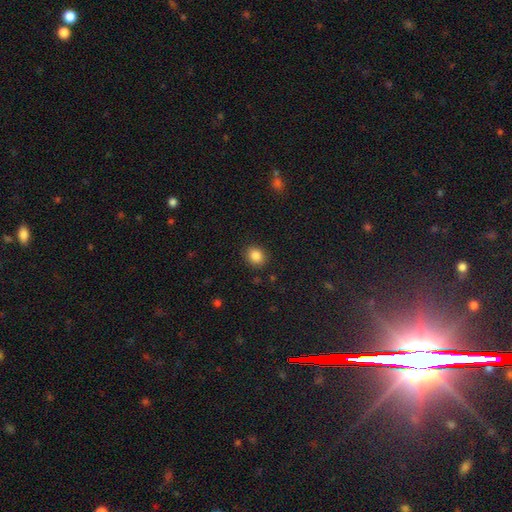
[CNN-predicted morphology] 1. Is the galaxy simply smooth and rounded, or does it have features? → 86% smooth, 10% star or artifact, 4% featured or disk.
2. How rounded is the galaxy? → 66% round, 33% in between, 1% cigar-shaped.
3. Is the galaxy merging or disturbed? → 88% none, 8% minor disturbance, 3% major disturbance, 1% merger.